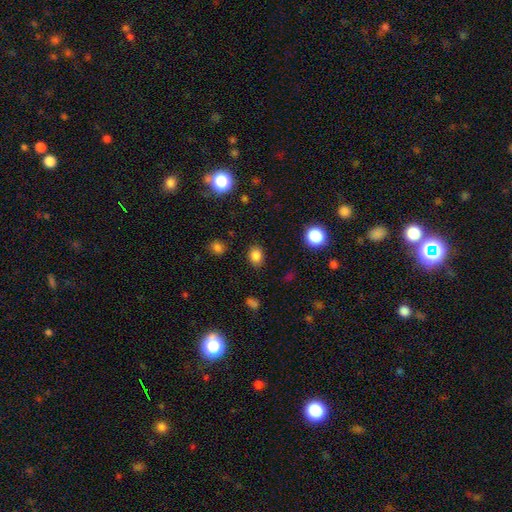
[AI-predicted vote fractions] Smooth or featured?
  - smooth: 83% *
  - star or artifact: 12%
  - featured or disk: 5%
How rounded?
  - in between: 50% *
  - round: 49%
  - cigar-shaped: 1%
Merging?
  - none: 85% *
  - minor disturbance: 10%
  - major disturbance: 3%
  - merger: 2%